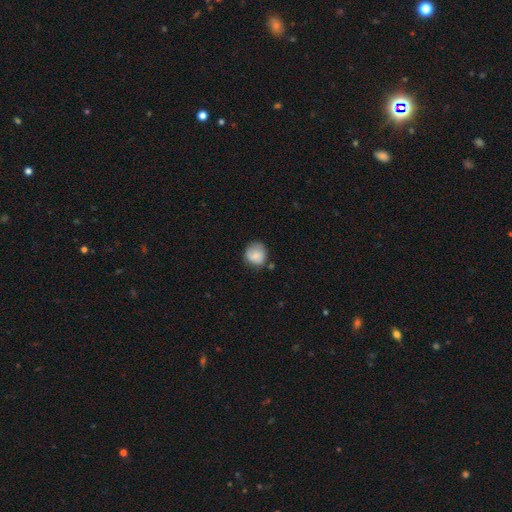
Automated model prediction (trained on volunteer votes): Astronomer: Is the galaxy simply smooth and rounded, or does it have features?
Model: smooth — 76%.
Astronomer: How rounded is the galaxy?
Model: round — 81%.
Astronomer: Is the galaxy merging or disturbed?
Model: none — 63%.